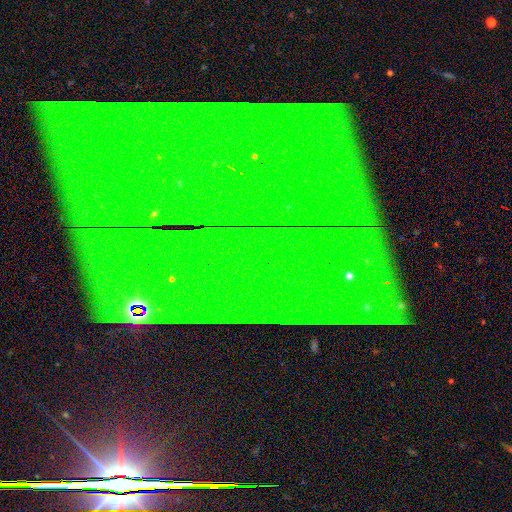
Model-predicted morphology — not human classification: type=star or artifact (85%).